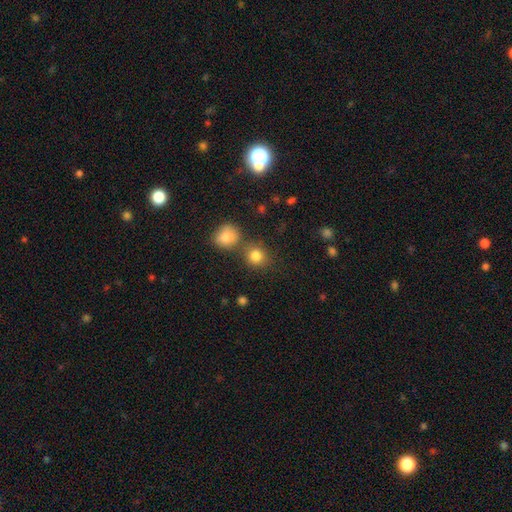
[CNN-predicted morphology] Smooth or featured: smooth — 83% (star or artifact — 11%)
How rounded: round — 84% (in between — 15%)
Merging: none — 69% (merger — 19%)